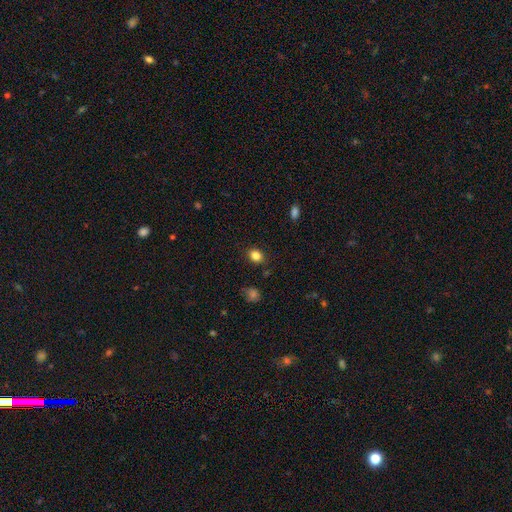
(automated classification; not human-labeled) smooth 83%, star or artifact 11%, featured or disk 5%. Down the decision tree: how rounded — in between (50%); merging — none (86%).